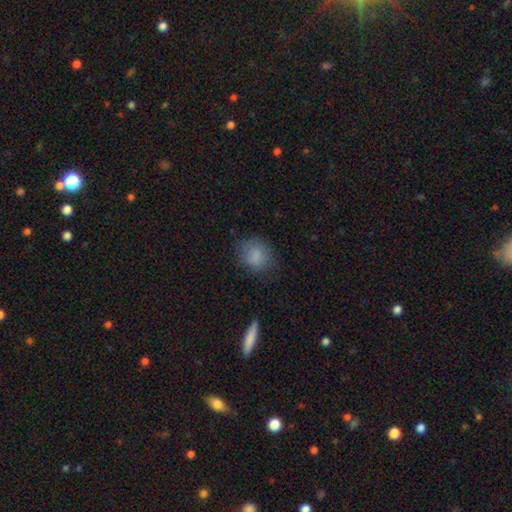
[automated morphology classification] type=smooth (83%); roundness=round (66%); merging=none (74%).